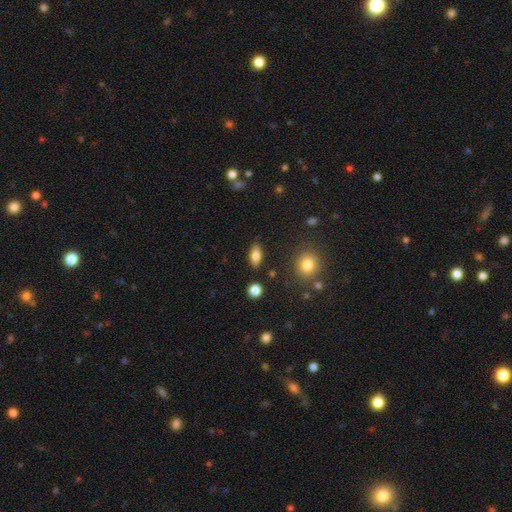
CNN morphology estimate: Smooth or featured? smooth (81%)
How rounded? in between (85%)
Merging? none (86%)